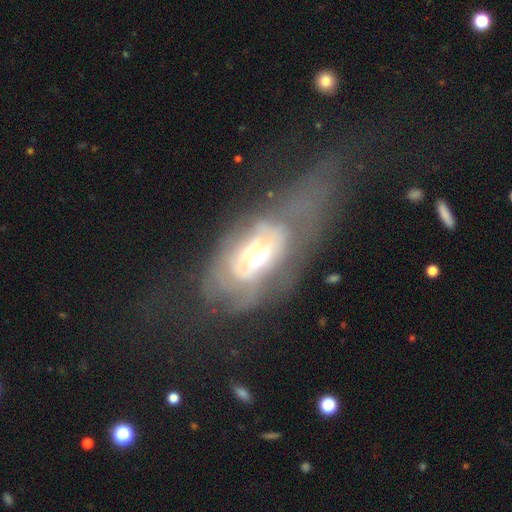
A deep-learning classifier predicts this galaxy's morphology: Q: Smooth or featured?
A: featured or disk (72%); runner-up: smooth (20%)
Q: Edge-on disk?
A: no (92%); runner-up: yes (8%)
Q: Bar?
A: no (67%); runner-up: weak (25%)
Q: Spiral arms?
A: yes (58%); runner-up: no (42%)
Q: Bulge size?
A: moderate (61%); runner-up: small (27%)
Q: Merging?
A: major disturbance (53%); runner-up: none (24%)